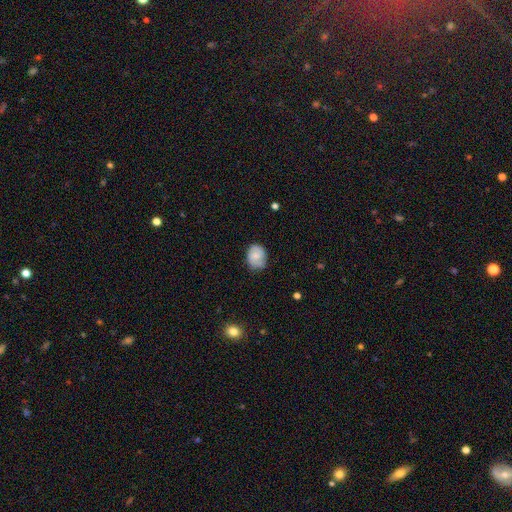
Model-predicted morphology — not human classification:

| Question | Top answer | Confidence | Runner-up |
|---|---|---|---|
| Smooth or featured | smooth | 71% | featured or disk (21%) |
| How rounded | in between | 56% | round (43%) |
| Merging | none | 67% | minor disturbance (26%) |